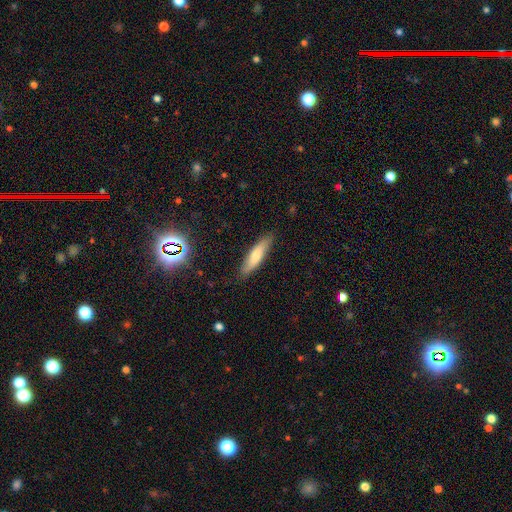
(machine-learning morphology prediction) A smooth galaxy with no disk features (69%) that is cigar-shaped (72%). Merging: none (84%).